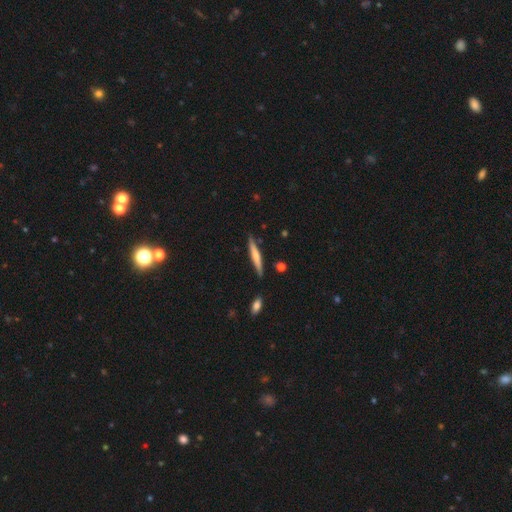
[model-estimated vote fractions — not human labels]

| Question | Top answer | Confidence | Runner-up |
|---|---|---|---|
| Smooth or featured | smooth | 57% | featured or disk (38%) |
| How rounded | cigar-shaped | 94% | in between (5%) |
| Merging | none | 85% | minor disturbance (10%) |